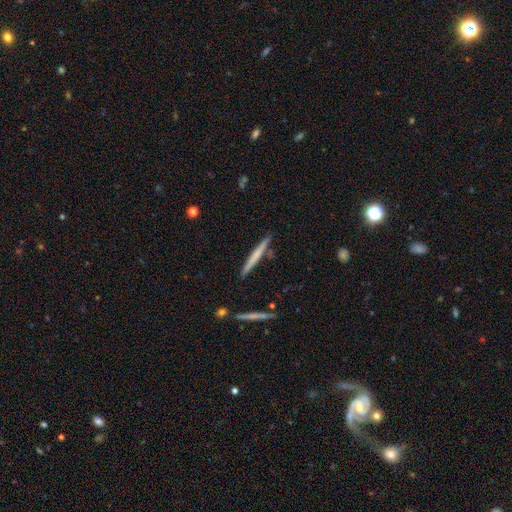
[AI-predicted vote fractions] Smooth or featured? smooth (52%)
How rounded? cigar-shaped (96%)
Merging? none (88%)